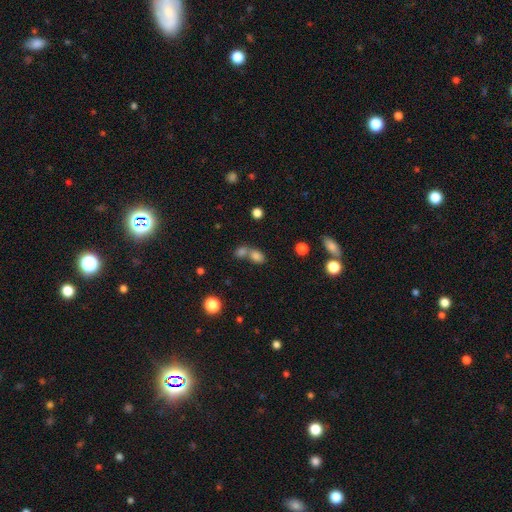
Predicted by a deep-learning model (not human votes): This is likely a smooth galaxy (79%). How rounded: likely in between (70%). Merging: possibly merger (54%).